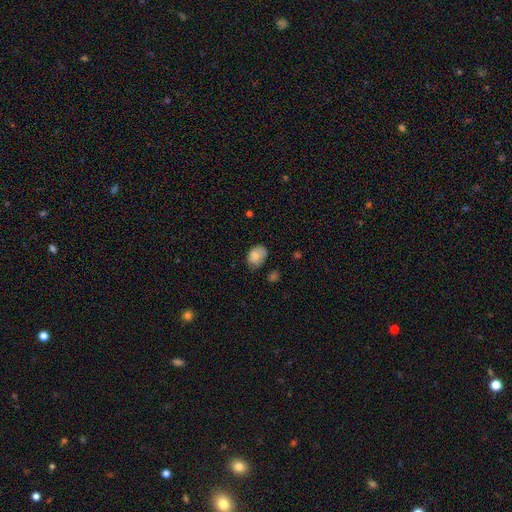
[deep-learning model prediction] Overall: smooth (77%). How rounded: in between (72%). Merging: none (53%; minor disturbance 36%).